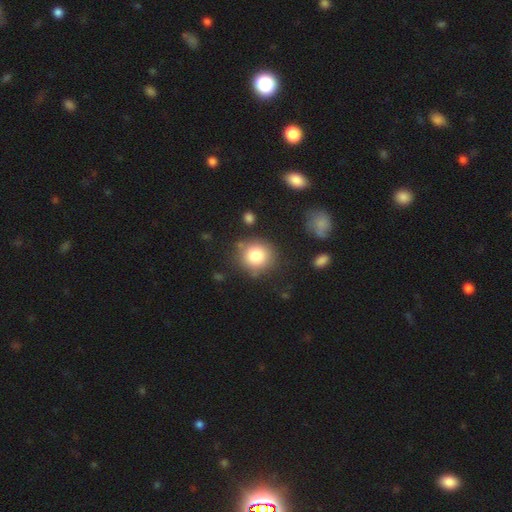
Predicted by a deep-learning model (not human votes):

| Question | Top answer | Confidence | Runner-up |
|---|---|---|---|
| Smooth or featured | smooth | 82% | star or artifact (10%) |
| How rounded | round | 89% | in between (10%) |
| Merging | none | 80% | minor disturbance (11%) |